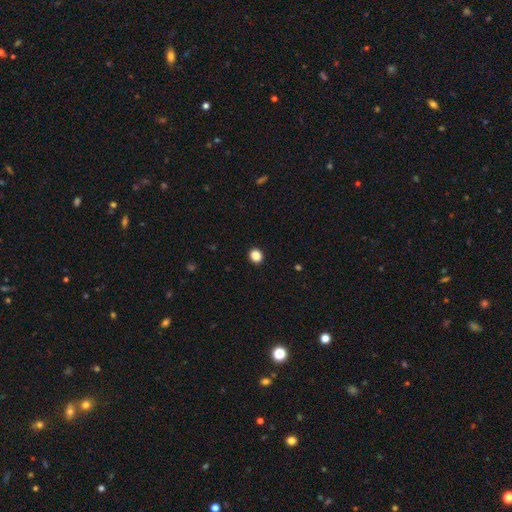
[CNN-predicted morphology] A smooth galaxy with no disk features (86%) that is round (78%). Merging: none (93%).